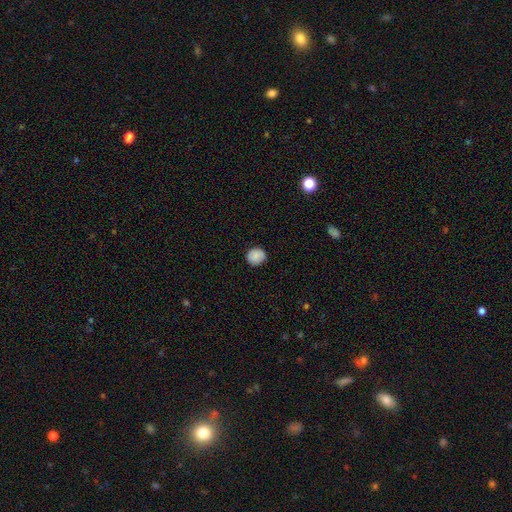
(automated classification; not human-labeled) A smooth galaxy with no disk features (87%) that is round (84%).

Vote fractions:
- Smooth or featured? smooth: 87% / star or artifact: 8% / featured or disk: 5%
- How rounded? round: 84% / in between: 15% / cigar-shaped: 1%
- Merging? none: 86% / minor disturbance: 11% / major disturbance: 2% / merger: 1%